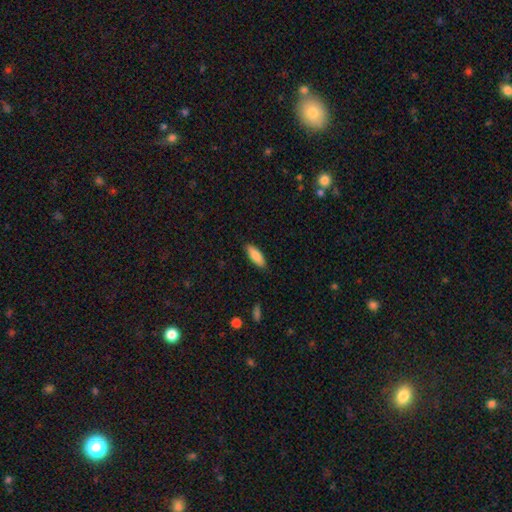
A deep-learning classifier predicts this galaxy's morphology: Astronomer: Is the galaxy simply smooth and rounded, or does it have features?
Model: smooth — 84%.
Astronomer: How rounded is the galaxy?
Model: in between — 62%.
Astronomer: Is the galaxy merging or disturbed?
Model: none — 87%.